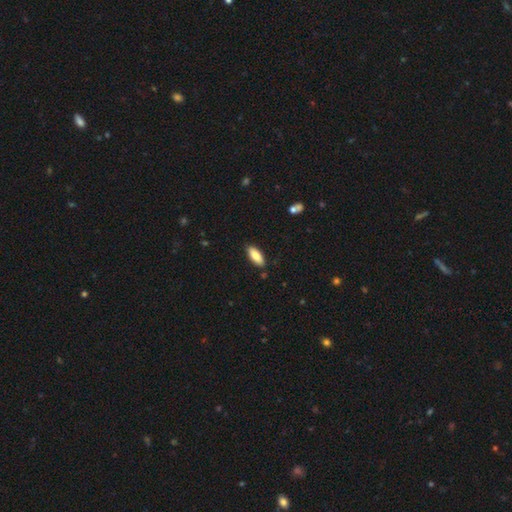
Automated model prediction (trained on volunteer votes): The model was most divided on "how rounded": in between: 76%, cigar-shaped: 23%, round: 2%. More confident: merging — none (87%); smooth or featured — smooth (83%).